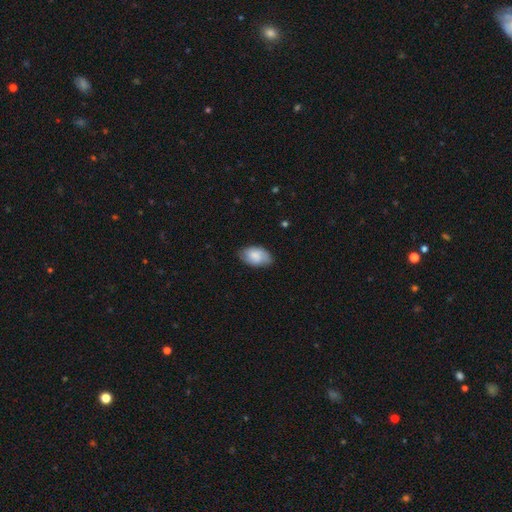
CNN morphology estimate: smooth 76%, featured or disk 17%, star or artifact 7%. Down the decision tree: how rounded — in between (93%); merging — none (73%).